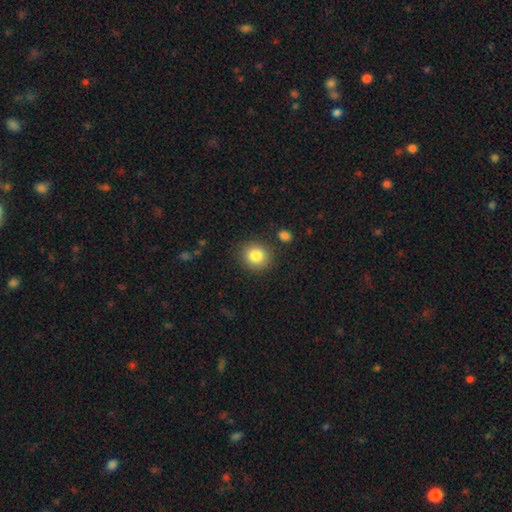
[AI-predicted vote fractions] A smooth galaxy with no disk features (84%) that is round (82%).

Vote fractions:
- Smooth or featured? smooth: 84% / star or artifact: 9% / featured or disk: 7%
- How rounded? round: 82% / in between: 17% / cigar-shaped: 1%
- Merging? none: 86% / minor disturbance: 8% / merger: 3% / major disturbance: 3%